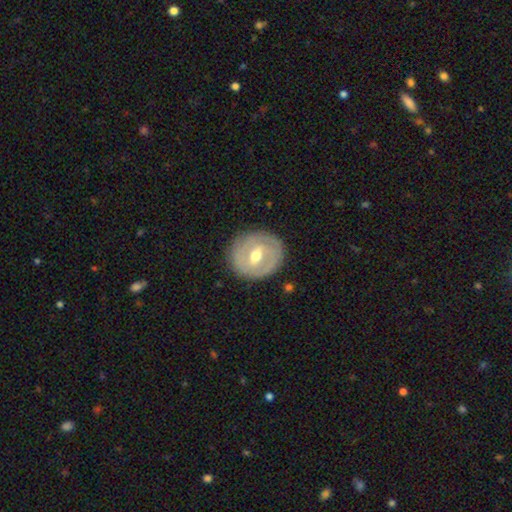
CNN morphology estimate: type=featured or disk (70%); edge-on=no (96%); bar=weak (51%); spiral arms=yes (61%); bulge=moderate (76%); merging=none (84%).